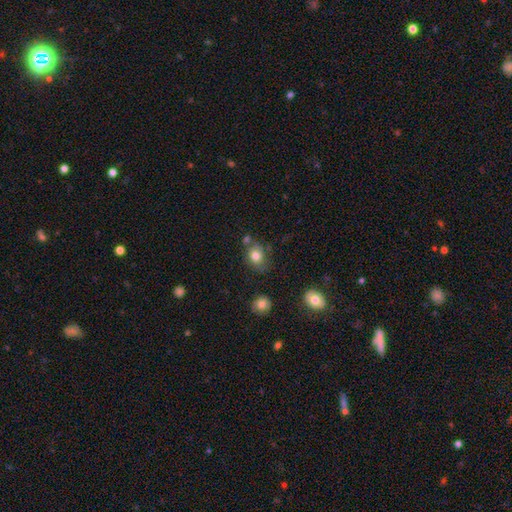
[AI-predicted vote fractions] This is likely a smooth galaxy (78%). How rounded: possibly round (54%). Merging: likely none (61%).